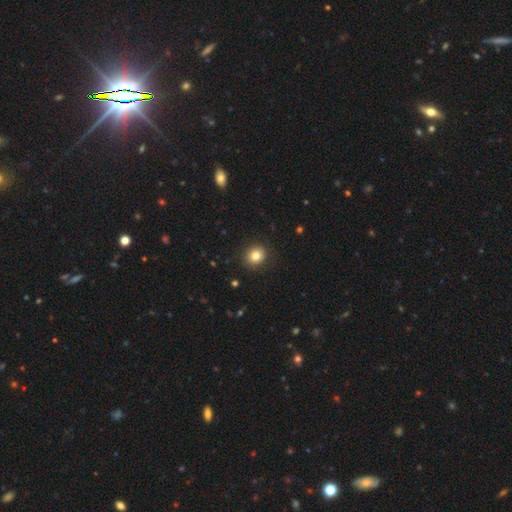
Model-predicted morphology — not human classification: This appears to be a smooth galaxy with no disk features (82%) that is round (84%). Merging: none (89%).